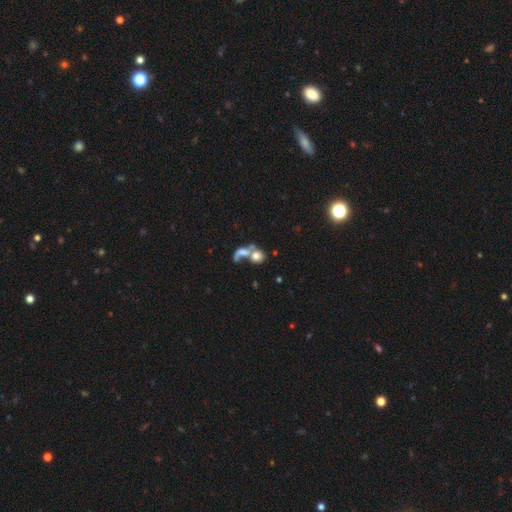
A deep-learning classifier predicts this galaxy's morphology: type=smooth (63%); roundness=round (69%); merging=merger (62%).